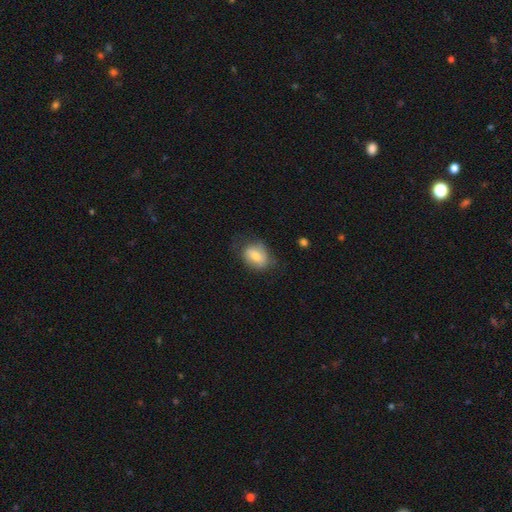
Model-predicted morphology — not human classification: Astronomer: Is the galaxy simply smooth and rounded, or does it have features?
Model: smooth — 70%.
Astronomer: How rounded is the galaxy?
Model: in between — 64%.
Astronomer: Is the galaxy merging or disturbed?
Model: none — 59%.